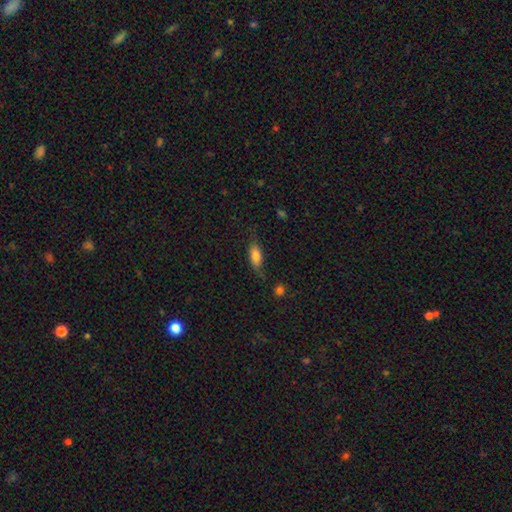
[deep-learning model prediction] This is likely a smooth galaxy (77%). How rounded: likely in between (79%). Merging: likely none (65%).